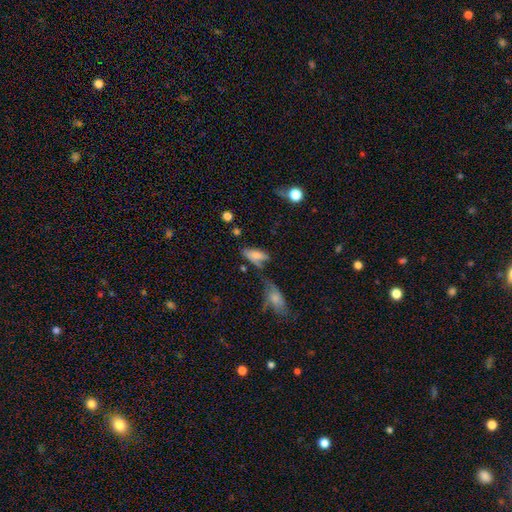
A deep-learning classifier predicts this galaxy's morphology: This is likely a smooth galaxy (71%). How rounded: clearly in between (81%). Merging: marginally none (41%).